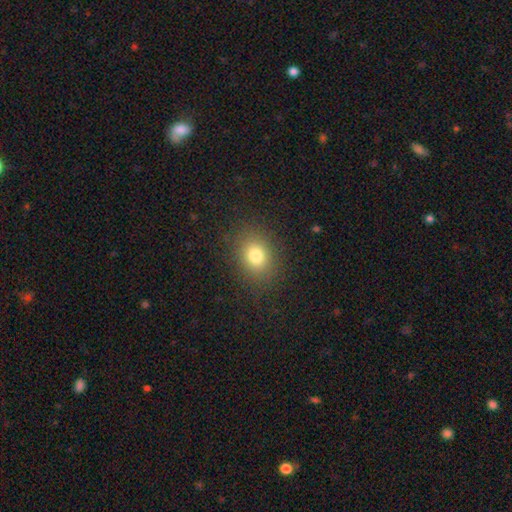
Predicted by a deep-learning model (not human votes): Morphology: type=smooth (78%); roundness=round (51%); merging=none (86%).